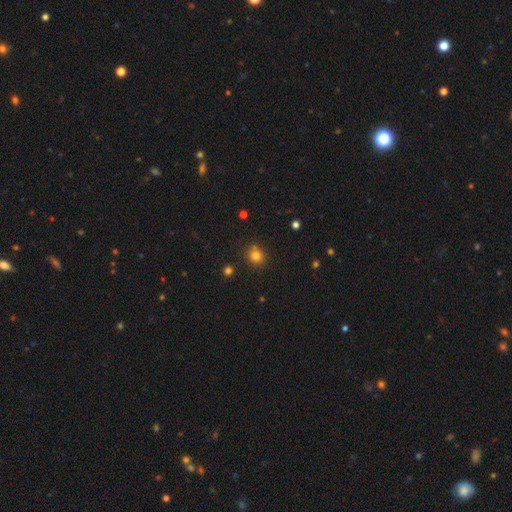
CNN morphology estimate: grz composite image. It shows a smooth galaxy with no disk features (79%) that is round (77%). Merging: none (83%).